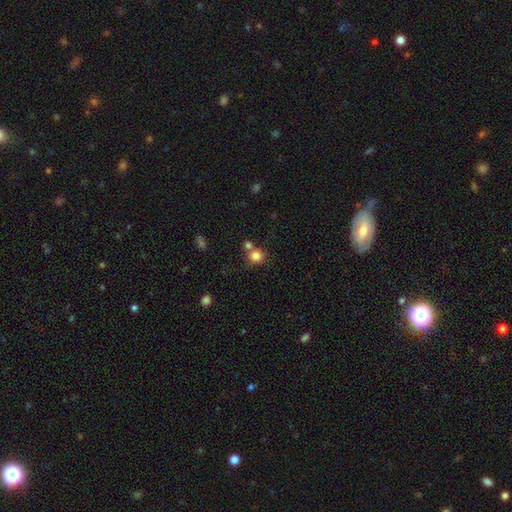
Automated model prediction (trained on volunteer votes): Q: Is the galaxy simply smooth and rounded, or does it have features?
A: smooth — 82%.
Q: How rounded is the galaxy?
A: round — 88%.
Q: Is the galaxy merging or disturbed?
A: none — 61%.